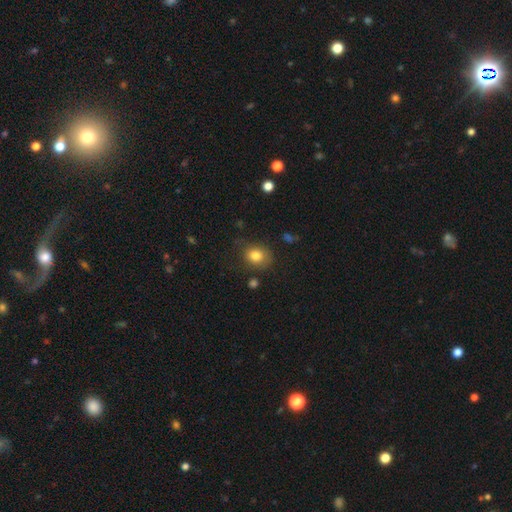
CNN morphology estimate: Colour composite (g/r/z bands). It shows a smooth galaxy with no disk features (81%) that is round (56%). Merging: none (72%).